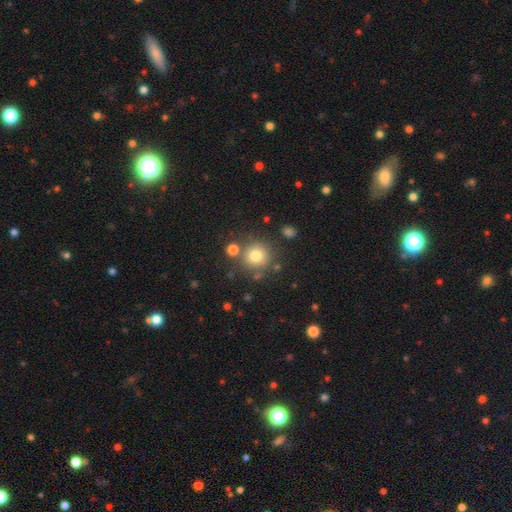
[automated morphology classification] Overall: smooth (78%). How rounded: round (92%). Merging: none (77%).